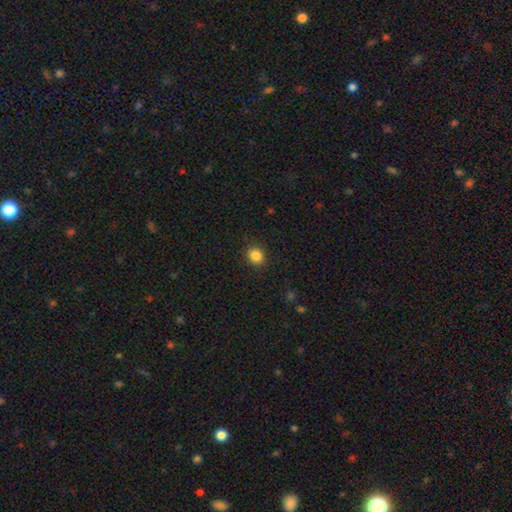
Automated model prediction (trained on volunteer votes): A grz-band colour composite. It shows a smooth galaxy with no disk features (85%) that is round (74%). Merging: none (89%).